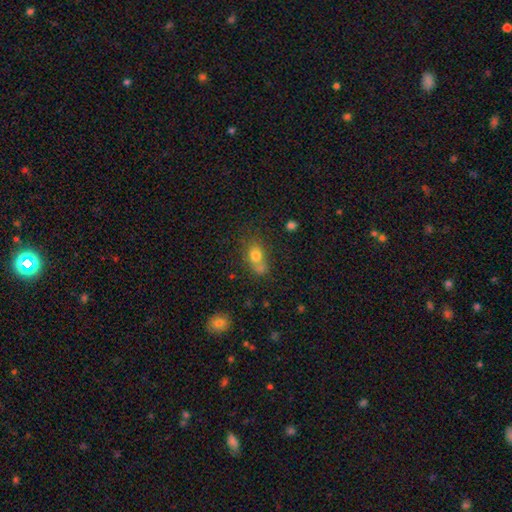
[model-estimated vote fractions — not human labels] Smooth or featured: smooth — 75% (featured or disk — 13%)
How rounded: round — 50% (in between — 48%)
Merging: merger — 40% (none — 39%)